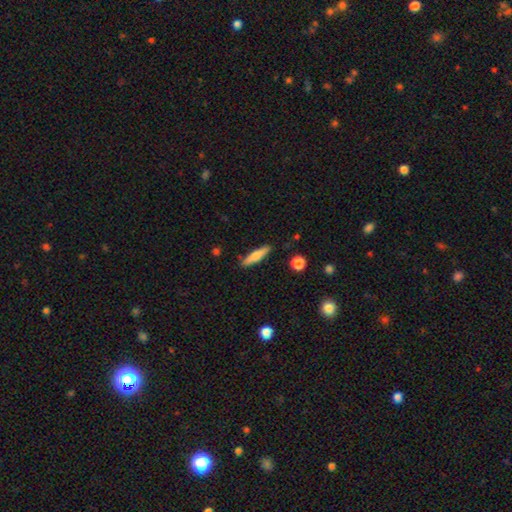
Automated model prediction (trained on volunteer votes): This appears to be a smooth galaxy with no disk features (71%) that is cigar-shaped (83%). Merging: none (87%).